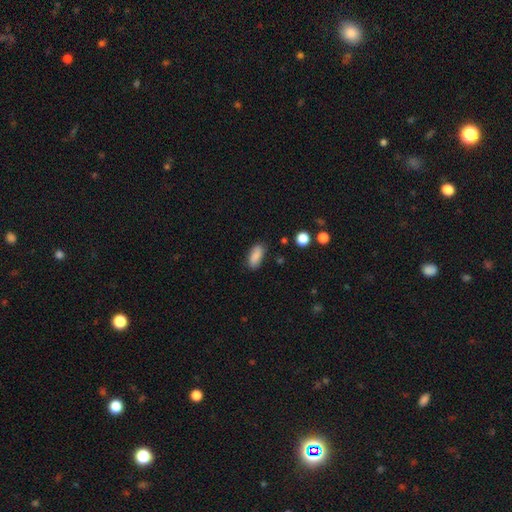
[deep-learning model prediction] Overall: smooth (88%). How rounded: in between (81%). Merging: none (83%).